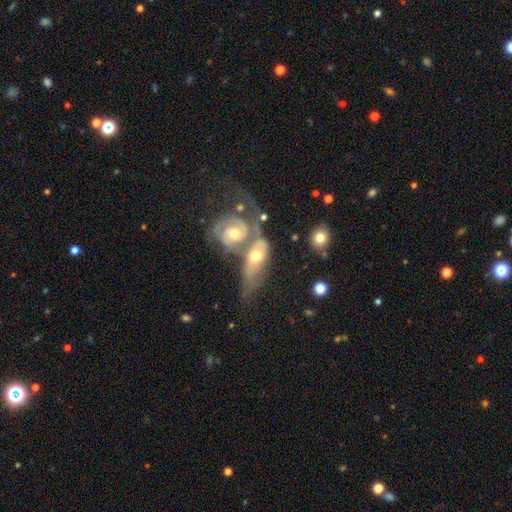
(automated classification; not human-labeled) smooth_or_featured: featured or disk (p=0.71) [alt: smooth p=0.23]
disk_edge_on: no (p=0.92) [alt: yes p=0.08]
bar: no (p=0.71) [alt: weak p=0.21]
has_spiral_arms: yes (p=0.81) [alt: no p=0.19]
spiral_winding: tight (p=0.52) [alt: medium p=0.34]
spiral_arm_count: 2 (p=0.62) [alt: can't tell p=0.24]
bulge_size: moderate (p=0.70) [alt: small p=0.20]
merging: merger (p=0.68) [alt: none p=0.14]